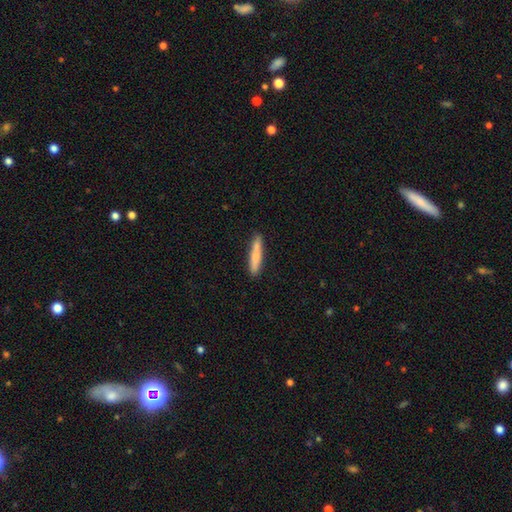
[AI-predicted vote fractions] Morphology: type=smooth (80%); roundness=cigar-shaped (92%); merging=none (88%).